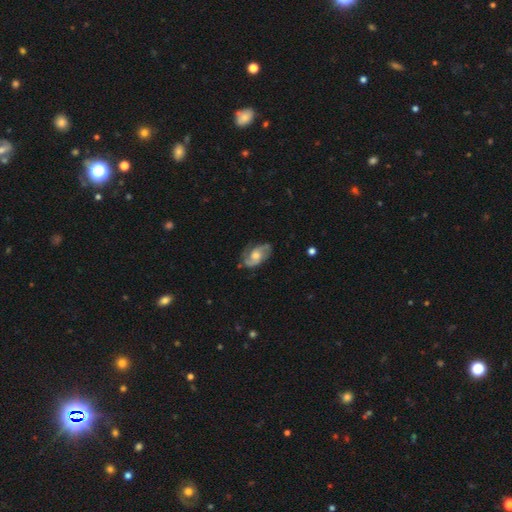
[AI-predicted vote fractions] Smooth or featured? featured or disk (80%)
Edge-on disk? no (96%)
Bar? no (61%)
Spiral arms? yes (94%)
Spiral winding? medium (51%)
Spiral arm count? 2 (84%)
Bulge size? moderate (58%)
Merging? none (73%)